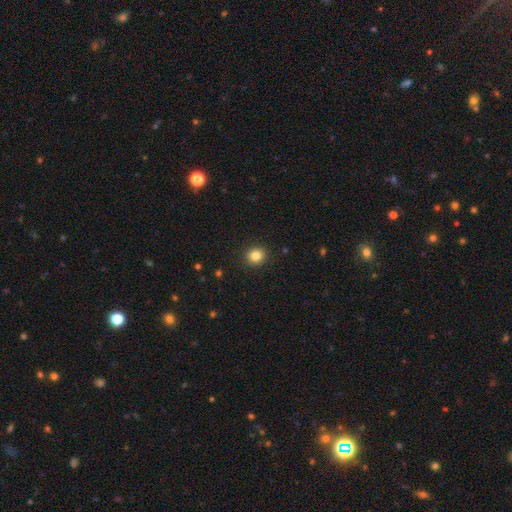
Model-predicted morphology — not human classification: smooth_or_featured: smooth (p=0.84) [alt: star or artifact p=0.11]
how_rounded: round (p=0.86) [alt: in between p=0.13]
merging: none (p=0.91) [alt: minor disturbance p=0.06]